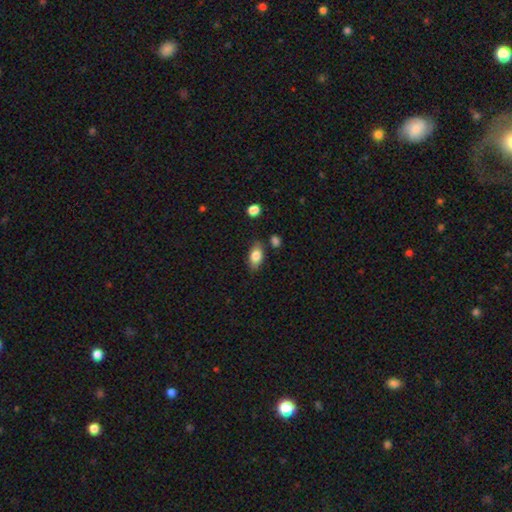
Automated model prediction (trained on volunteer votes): Morphology: type=smooth (80%); roundness=in between (88%); merging=none (78%).